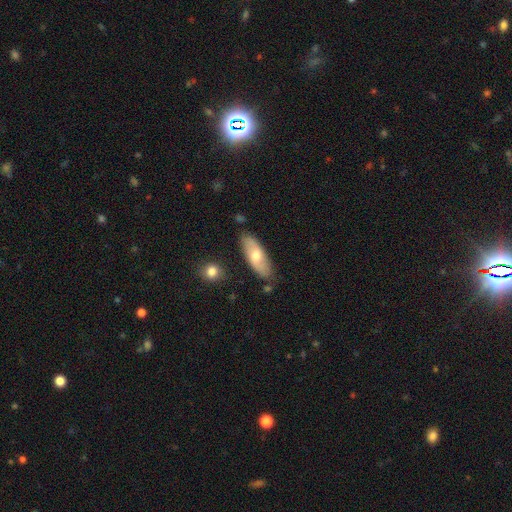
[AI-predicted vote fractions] Overall: smooth (60%; featured or disk 35%). How rounded: in between (71%). Merging: none (81%).